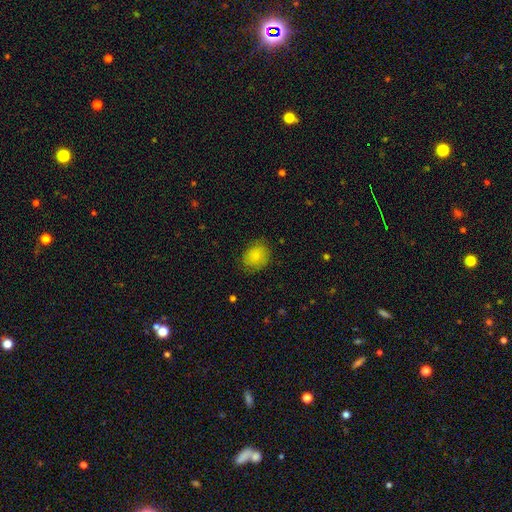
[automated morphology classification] A smooth galaxy with no disk features (80%) that is in between round and cigar-shaped (51%). Merging: none (74%).